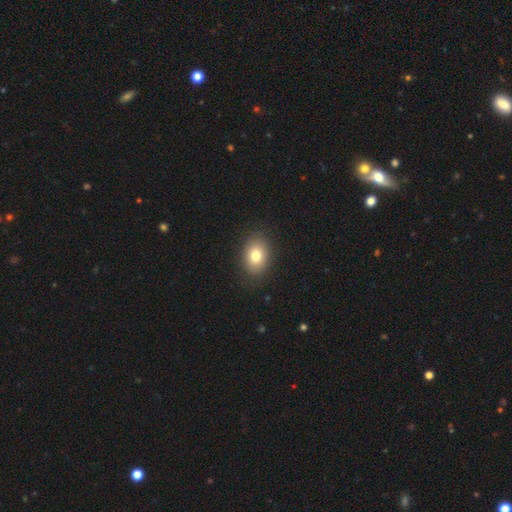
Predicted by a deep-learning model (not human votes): smooth_or_featured: smooth (p=0.79) [alt: featured or disk p=0.12]
how_rounded: in between (p=0.75) [alt: round p=0.24]
merging: none (p=0.88) [alt: minor disturbance p=0.09]